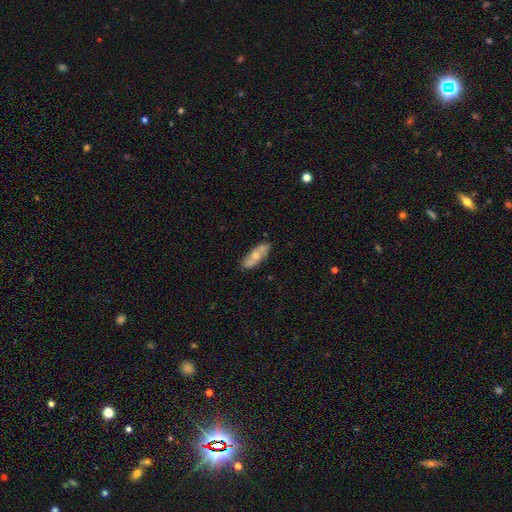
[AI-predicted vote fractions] smooth 55%, featured or disk 39%, star or artifact 6%. Down the decision tree: how rounded — in between (65%); merging — none (80%).